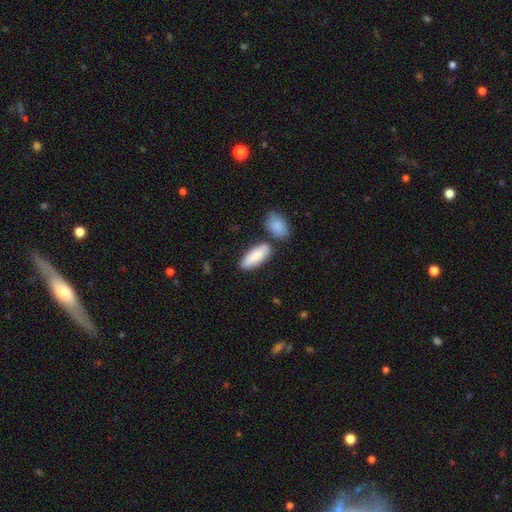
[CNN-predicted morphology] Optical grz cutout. It shows a smooth galaxy with no disk features (86%) that is in between round and cigar-shaped (78%). Merging: none (65%).